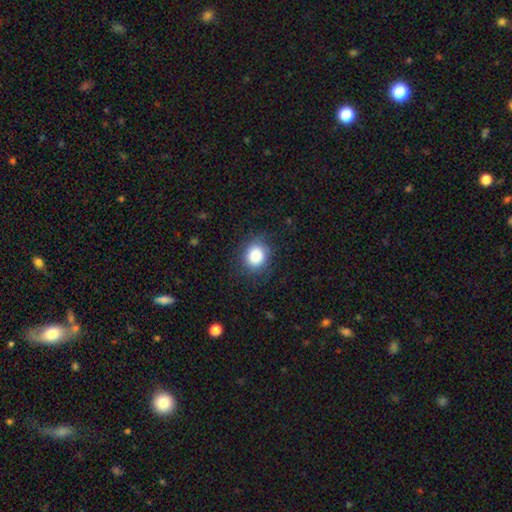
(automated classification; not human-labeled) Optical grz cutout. It shows a smooth galaxy with no disk features (84%) that is round (72%). Merging: none (79%).